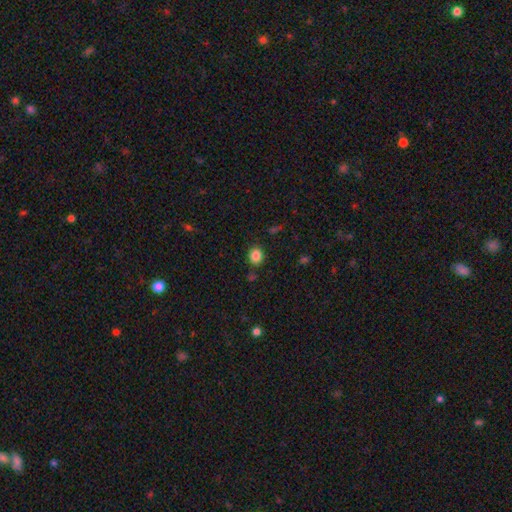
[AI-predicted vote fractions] Smooth or featured? Predicted: smooth (p=0.85). How rounded? Predicted: round (p=0.69). Merging? Predicted: none (p=0.85).